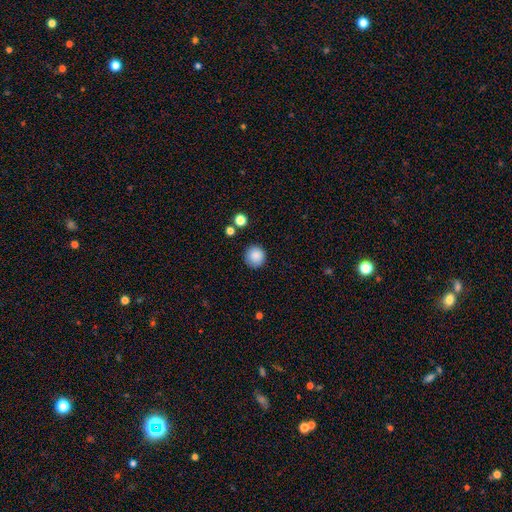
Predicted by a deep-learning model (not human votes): The model was most divided on "smooth or featured": smooth: 87%, star or artifact: 9%, featured or disk: 4%. More confident: how rounded — round (94%); merging — none (88%).